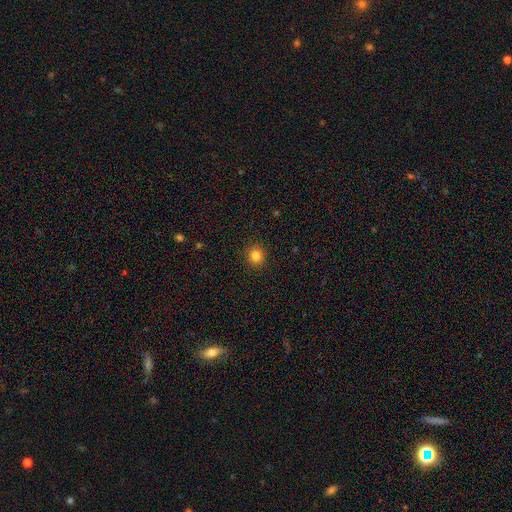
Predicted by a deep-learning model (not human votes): smooth-or-featured: smooth: 83% | star or artifact: 12% | featured or disk: 5%
  how-rounded: round: 86% | in between: 13% | cigar-shaped: 1%
  merging: none: 92% | minor disturbance: 5% | major disturbance: 2% | merger: 1%